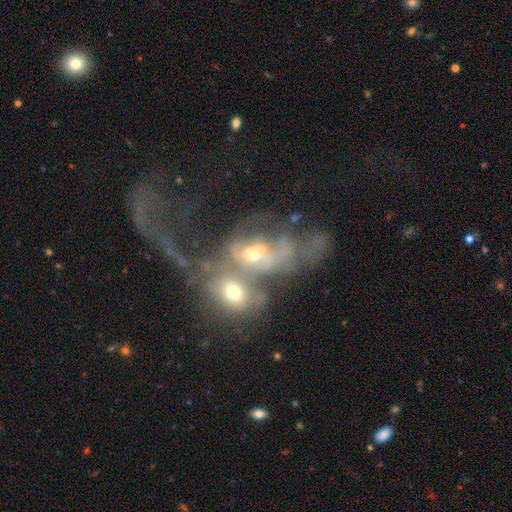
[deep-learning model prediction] Overall: featured or disk (60%; smooth 26%). Edge-on disk: no (94%). Bar: no (74%). Spiral arms: yes (52%; no 48%). Bulge size: moderate (49%; small 38%). Merging: merger (71%).